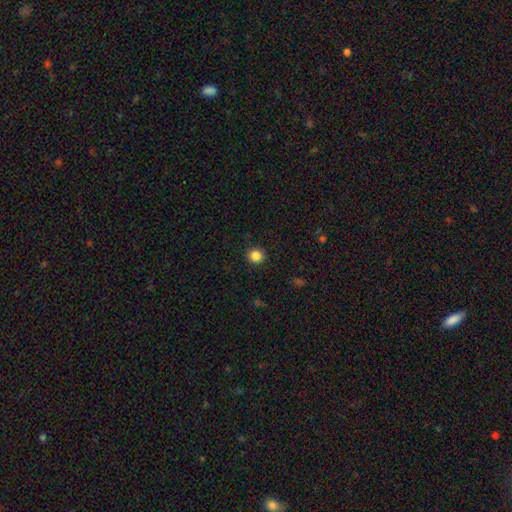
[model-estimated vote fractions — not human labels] Smooth or featured?
  - smooth: 85% *
  - star or artifact: 11%
  - featured or disk: 4%
How rounded?
  - round: 94% *
  - in between: 5%
  - cigar-shaped: 1%
Merging?
  - none: 92% *
  - minor disturbance: 5%
  - major disturbance: 2%
  - merger: 1%